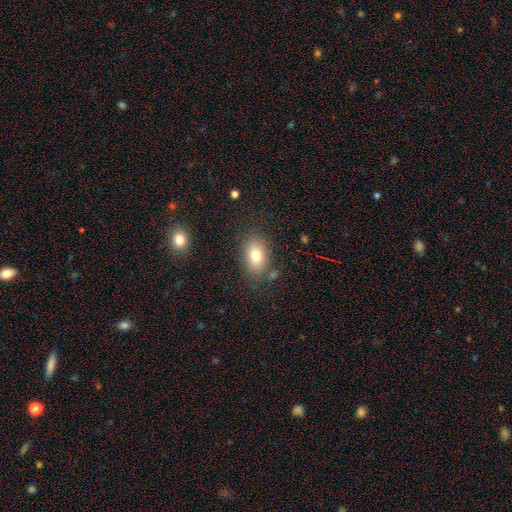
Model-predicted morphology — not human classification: A smooth galaxy with no disk features (78%) that is in between round and cigar-shaped (82%). Merging: none (80%).